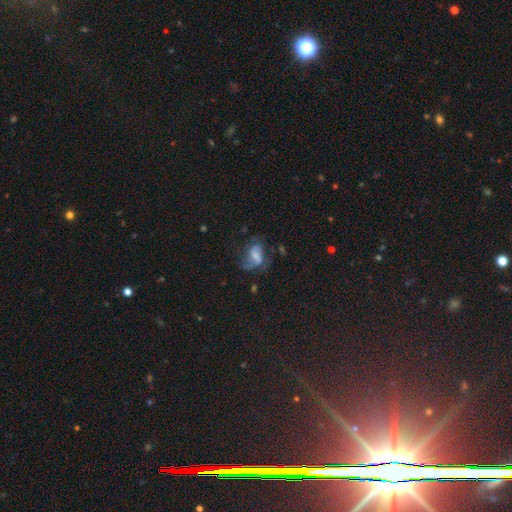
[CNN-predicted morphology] The model was most divided on "merging": major disturbance: 38%, none: 36%, minor disturbance: 23%, merger: 4%. Remaining: smooth or featured — featured or disk (49%).